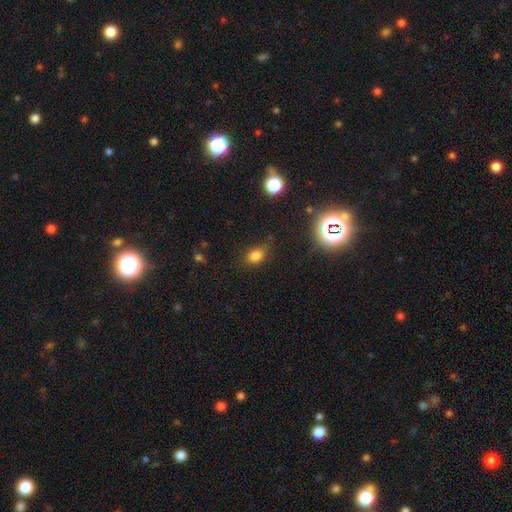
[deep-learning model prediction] Smooth or featured? Predicted: smooth (p=0.77). How rounded? Predicted: in between (p=0.70). Merging? Predicted: none (p=0.71).